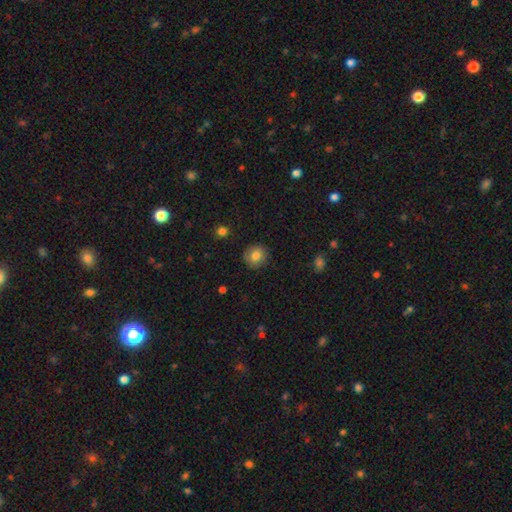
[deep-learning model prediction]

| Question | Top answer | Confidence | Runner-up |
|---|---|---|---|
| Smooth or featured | smooth | 81% | star or artifact (9%) |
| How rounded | round | 92% | in between (7%) |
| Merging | none | 89% | minor disturbance (8%) |